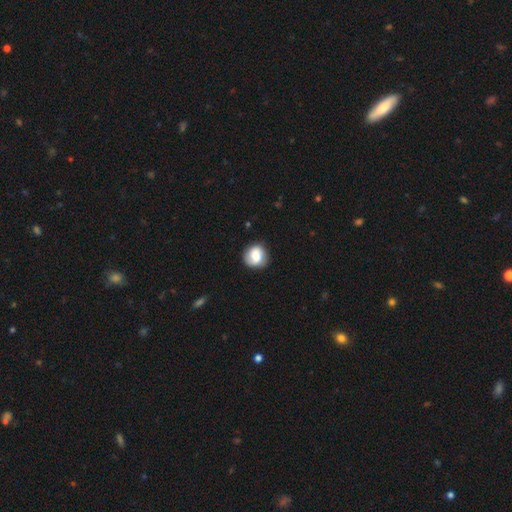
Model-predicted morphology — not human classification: The model was most divided on "smooth or featured": smooth: 70%, featured or disk: 22%, star or artifact: 8%. More confident: how rounded — round (81%); merging — none (73%).